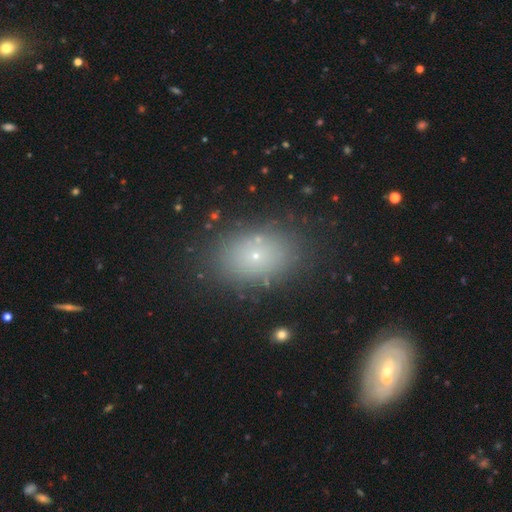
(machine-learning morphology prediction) Q: Smooth or featured?
A: smooth (64%); runner-up: star or artifact (19%)
Q: How rounded?
A: in between (73%); runner-up: round (25%)
Q: Merging?
A: none (82%); runner-up: minor disturbance (10%)